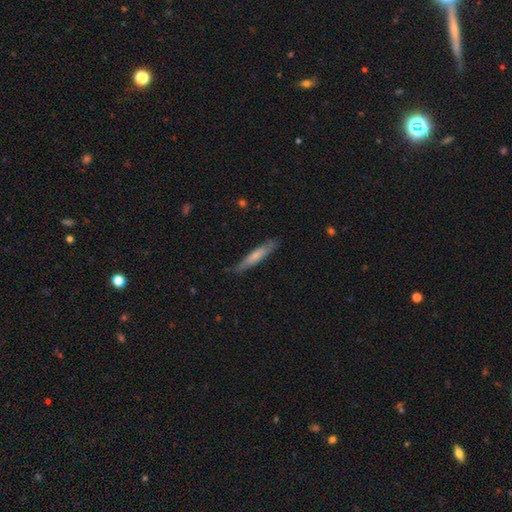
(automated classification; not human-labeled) Overall: smooth (62%; featured or disk 32%). How rounded: cigar-shaped (91%). Merging: none (84%).